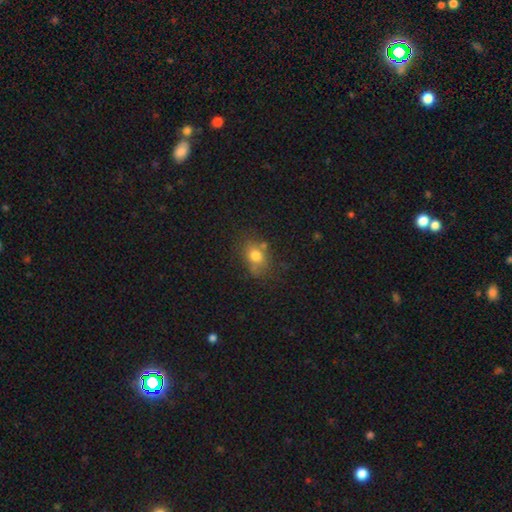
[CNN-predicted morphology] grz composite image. It shows a smooth galaxy with no disk features (72%) that is in between round and cigar-shaped (61%). Merging: none (54%).